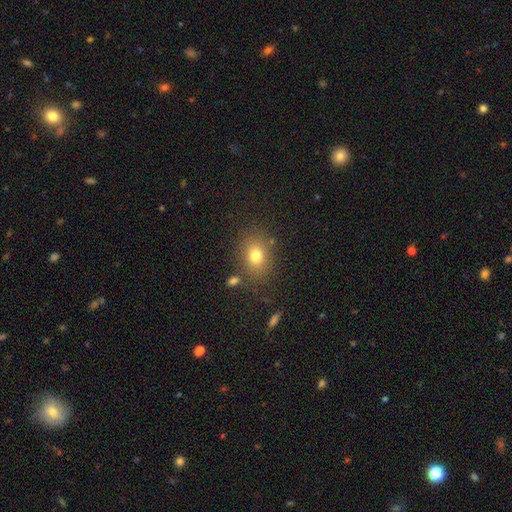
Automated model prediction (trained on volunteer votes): Smooth or featured: smooth — 77% (star or artifact — 13%)
How rounded: in between — 51% (round — 48%)
Merging: none — 80% (minor disturbance — 11%)